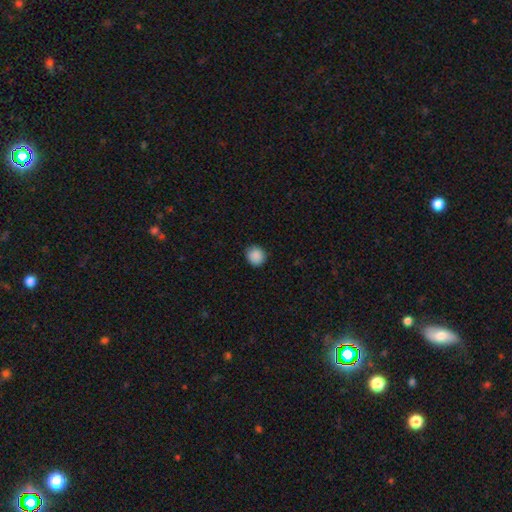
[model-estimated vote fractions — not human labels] Overall: smooth (89%). How rounded: round (86%). Merging: none (87%).